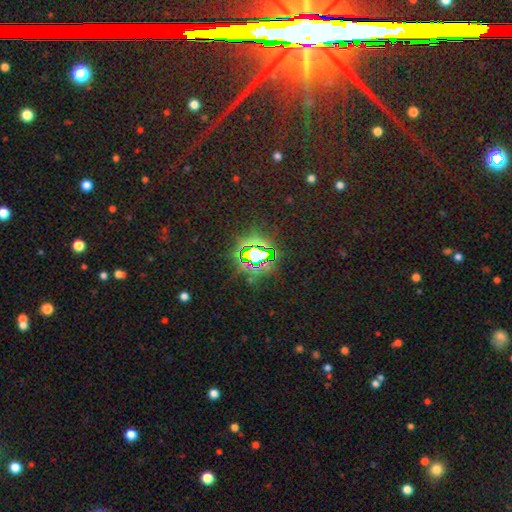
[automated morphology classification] smooth-or-featured: star or artifact: 77% | smooth: 14% | featured or disk: 9%